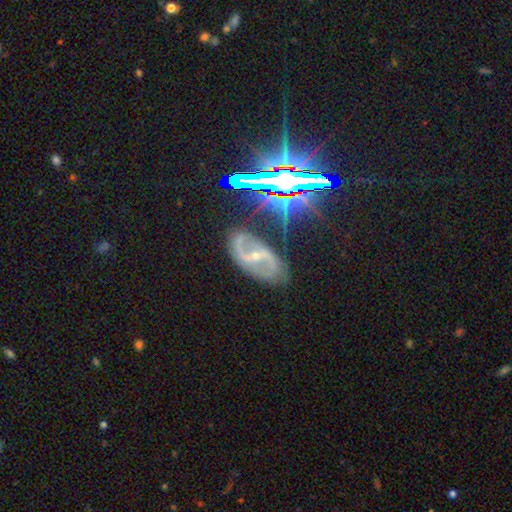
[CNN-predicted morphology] A featured or disk galaxy (79%) with a strong bar (52%), 2 (87%) medium (42%) spiral arms (90%) and a small central bulge (73%).

Vote fractions:
- Smooth or featured? featured or disk: 79% / star or artifact: 13% / smooth: 8%
- Edge-on disk? no: 95% / yes: 5%
- Bar? strong: 52% / weak: 33% / no: 16%
- Spiral arms? yes: 90% / no: 10%
- Spiral winding? medium: 42% / loose: 38% / tight: 20%
- Spiral arm count? 2: 87% / can't tell: 7% / 1: 2% / 3: 2% / 4: 1% / more than 4: 1%
- Bulge size? small: 73% / moderate: 23% / none: 2% / large: 1% / dominant: 1%
- Merging? none: 73% / minor disturbance: 17% / major disturbance: 8% / merger: 3%